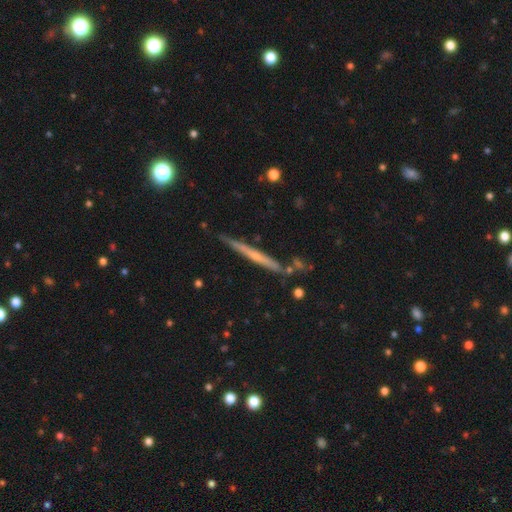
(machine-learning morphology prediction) Overall: featured or disk (60%; smooth 33%). Edge-on disk: yes (96%). Edge-on bulge: none (66%; rounded 29%). Merging: none (82%).